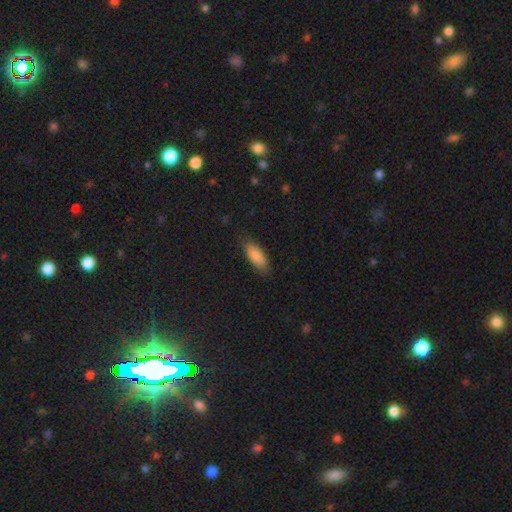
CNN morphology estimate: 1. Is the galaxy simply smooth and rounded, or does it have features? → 86% smooth, 8% featured or disk, 6% star or artifact.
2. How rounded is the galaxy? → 78% in between, 21% cigar-shaped, 2% round.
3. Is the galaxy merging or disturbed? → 80% none, 16% minor disturbance, 3% major disturbance, 1% merger.